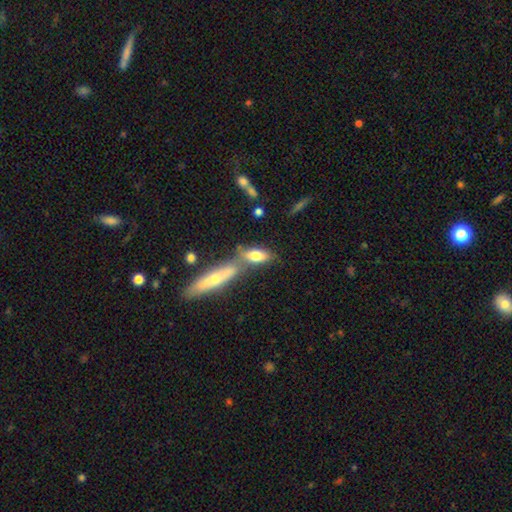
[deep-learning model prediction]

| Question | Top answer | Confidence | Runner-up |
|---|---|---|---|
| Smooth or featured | smooth | 70% | featured or disk (22%) |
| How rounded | in between | 71% | cigar-shaped (25%) |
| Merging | none | 45% | merger (39%) |